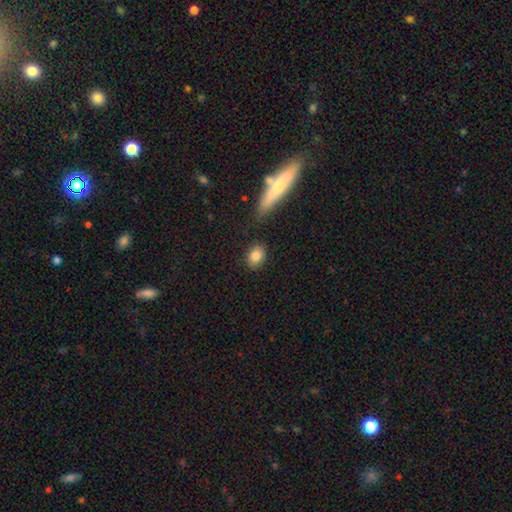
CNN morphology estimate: Smooth or featured? Predicted: smooth (p=0.84). How rounded? Predicted: in between (p=0.62). Merging? Predicted: none (p=0.84).